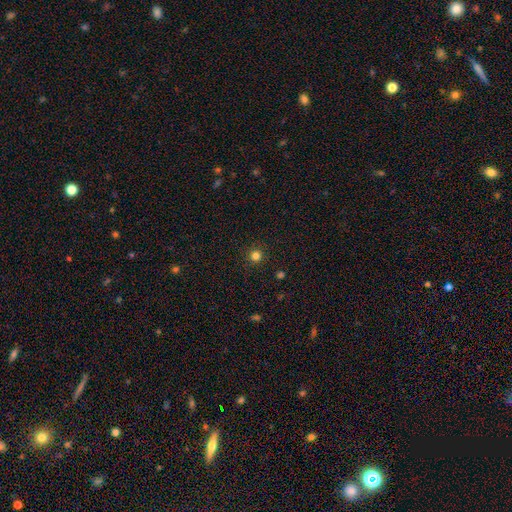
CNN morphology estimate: A smooth galaxy with no disk features (80%) that is round (95%). Merging: none (92%).